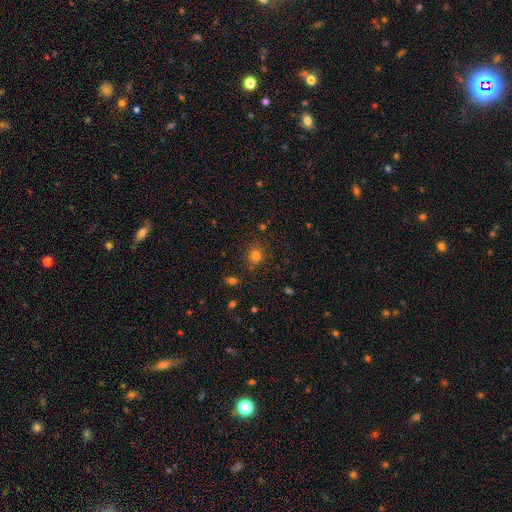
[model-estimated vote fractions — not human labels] Smooth or featured?
  - smooth: 77% *
  - star or artifact: 17%
  - featured or disk: 6%
How rounded?
  - round: 85% *
  - in between: 14%
  - cigar-shaped: 1%
Merging?
  - none: 84% *
  - minor disturbance: 10%
  - major disturbance: 3%
  - merger: 3%